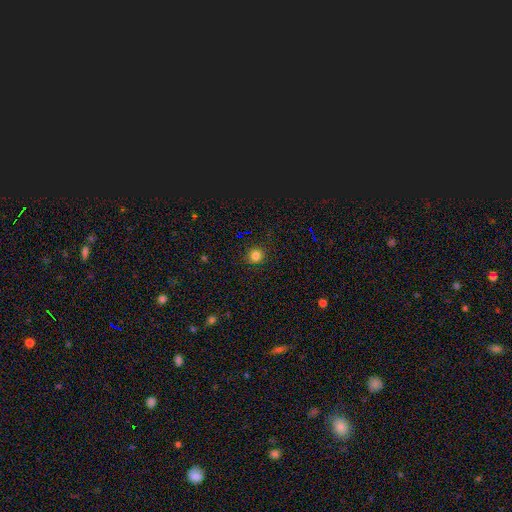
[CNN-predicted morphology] Smooth or featured? smooth (80%)
How rounded? round (92%)
Merging? none (90%)